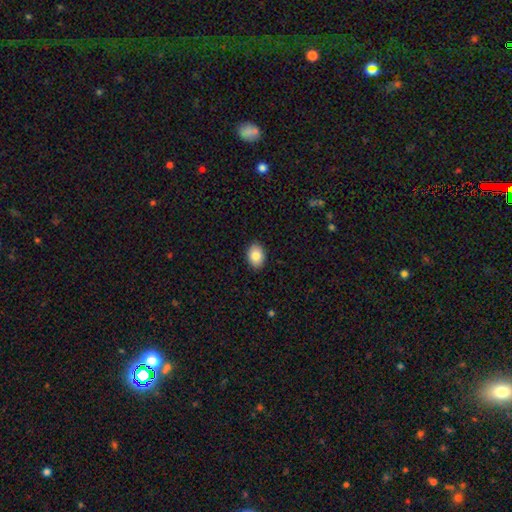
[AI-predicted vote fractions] smooth-or-featured: smooth: 85% | featured or disk: 8% | star or artifact: 7%
  how-rounded: in between: 80% | round: 19% | cigar-shaped: 1%
  merging: none: 90% | minor disturbance: 7% | major disturbance: 2% | merger: 1%